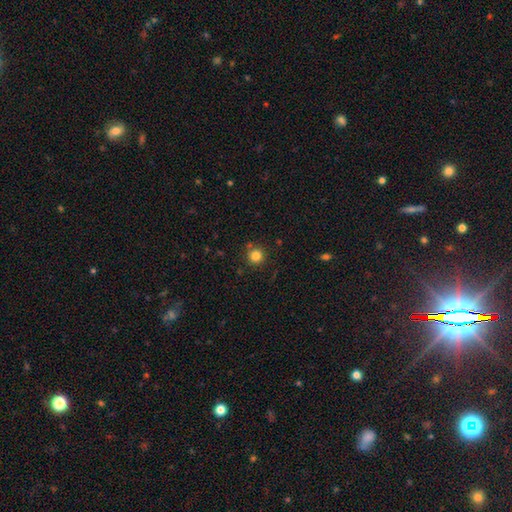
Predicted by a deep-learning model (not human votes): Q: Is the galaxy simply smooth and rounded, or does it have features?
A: smooth — 83%.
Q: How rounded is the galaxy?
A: round — 94%.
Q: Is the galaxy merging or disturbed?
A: none — 84%.